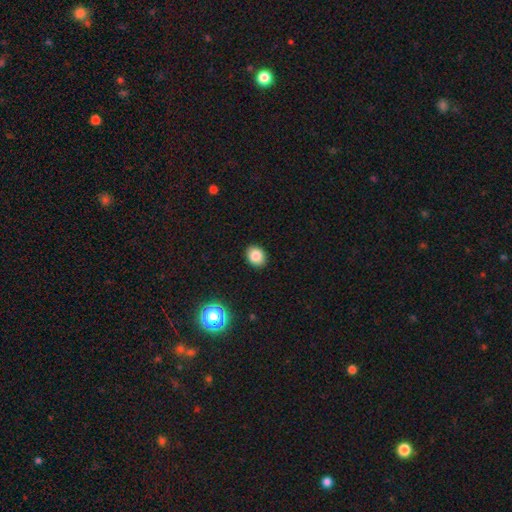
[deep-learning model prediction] Morphology: type=smooth (83%); roundness=in between (54%); merging=none (90%).